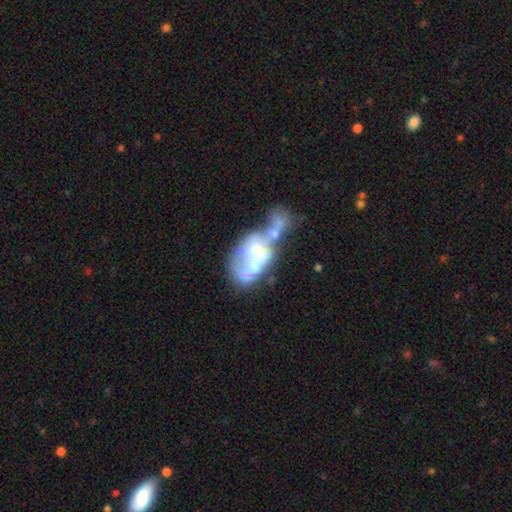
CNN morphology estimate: Overall: featured or disk (59%; smooth 30%). Edge-on disk: no (96%). Bar: no (83%). Spiral arms: no (90%). Bulge size: none (43%; moderate 26%). Merging: merger (48%; major disturbance 27%).